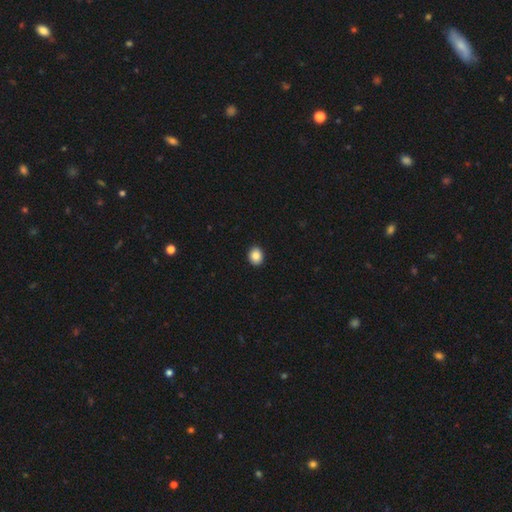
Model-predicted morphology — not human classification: This appears to be a smooth galaxy with no disk features (86%) that is round (56%). Merging: none (92%).